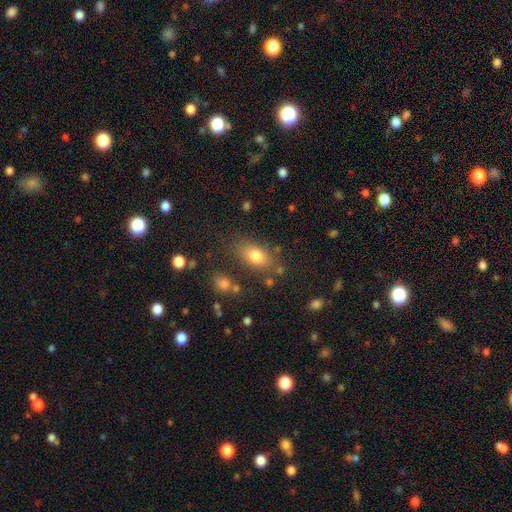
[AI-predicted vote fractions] The model was most divided on "merging": none: 76%, minor disturbance: 14%, major disturbance: 5%, merger: 5%. More confident: how rounded — in between (82%); smooth or featured — smooth (77%).